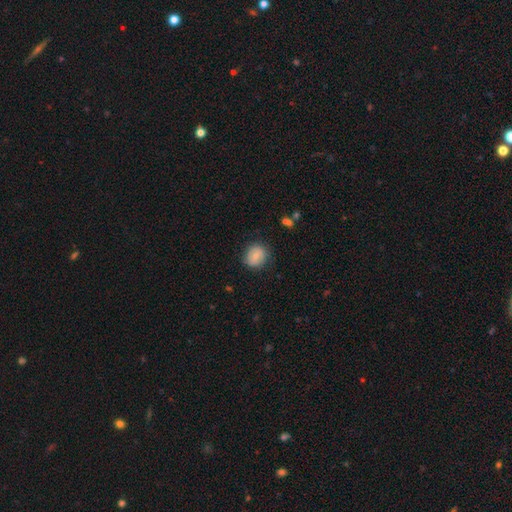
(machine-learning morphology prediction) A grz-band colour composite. It shows a smooth galaxy with no disk features (74%) that is round (72%). Merging: none (81%).